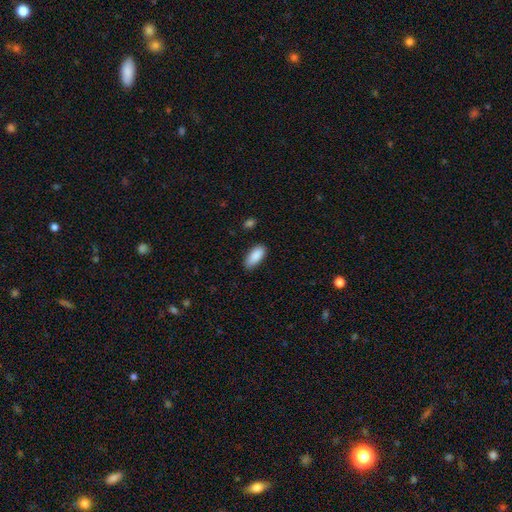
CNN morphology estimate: Smooth or featured?
  - smooth: 89% *
  - star or artifact: 6%
  - featured or disk: 4%
How rounded?
  - in between: 86% *
  - cigar-shaped: 12%
  - round: 2%
Merging?
  - none: 80% *
  - minor disturbance: 16%
  - major disturbance: 3%
  - merger: 1%